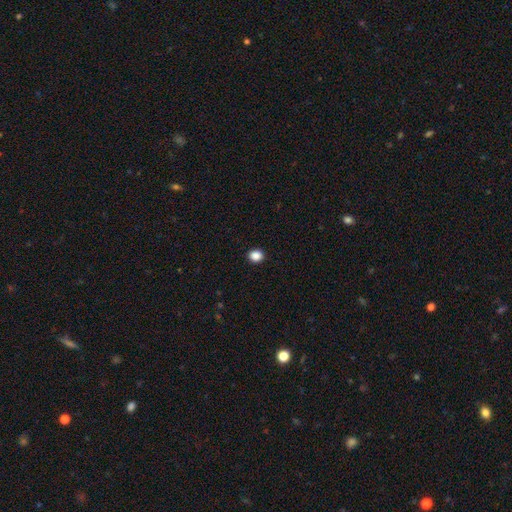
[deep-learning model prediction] smooth_or_featured: smooth (p=0.88) [alt: star or artifact p=0.10]
how_rounded: round (p=0.73) [alt: in between p=0.26]
merging: none (p=0.92) [alt: minor disturbance p=0.05]